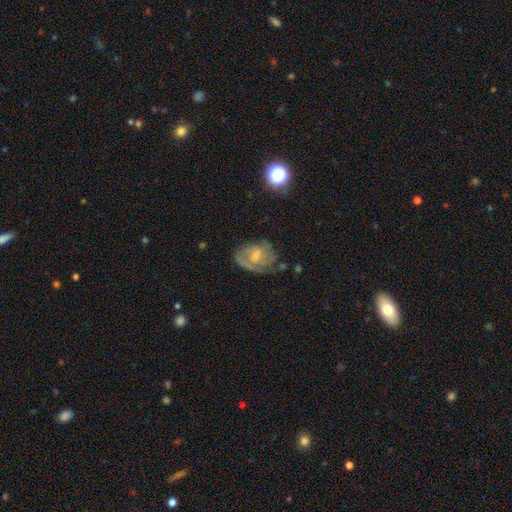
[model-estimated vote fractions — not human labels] Smooth or featured?
  - featured or disk: 65% *
  - smooth: 23%
  - star or artifact: 12%
Edge-on disk?
  - no: 96% *
  - yes: 4%
Bar?
  - no: 55% *
  - weak: 38%
  - strong: 7%
Spiral arms?
  - yes: 75% *
  - no: 25%
Bulge size?
  - small: 46% *
  - moderate: 41%
  - none: 9%
  - large: 3%
  - dominant: 1%
Merging?
  - none: 59% *
  - minor disturbance: 24%
  - major disturbance: 14%
  - merger: 3%